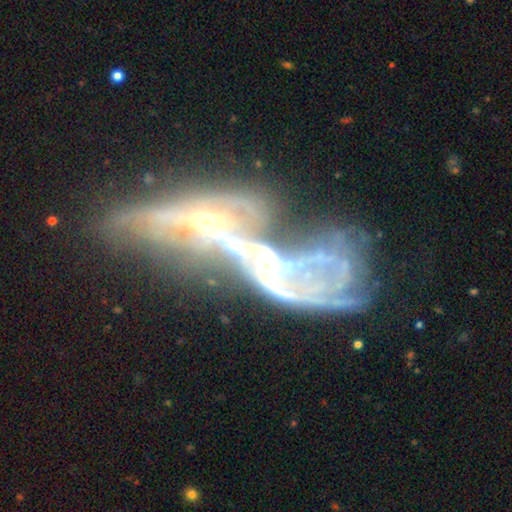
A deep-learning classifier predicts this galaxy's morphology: Smooth or featured?
  - featured or disk: 73% *
  - star or artifact: 15%
  - smooth: 13%
Edge-on disk?
  - no: 67% *
  - yes: 33%
Merging?
  - merger: 72% *
  - major disturbance: 11%
  - none: 11%
  - minor disturbance: 6%